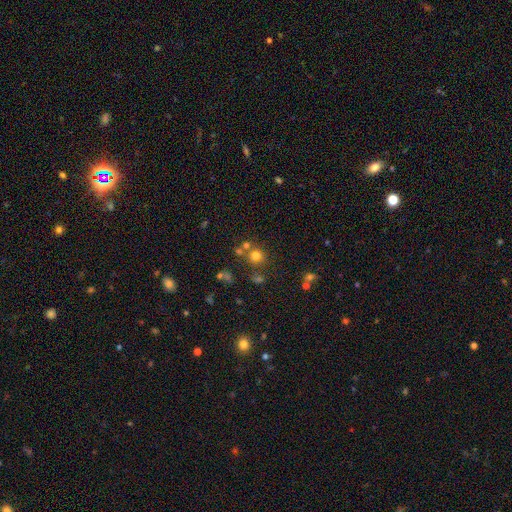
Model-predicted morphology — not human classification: A smooth galaxy with no disk features (71%) that is round (90%). Merging: none (71%).